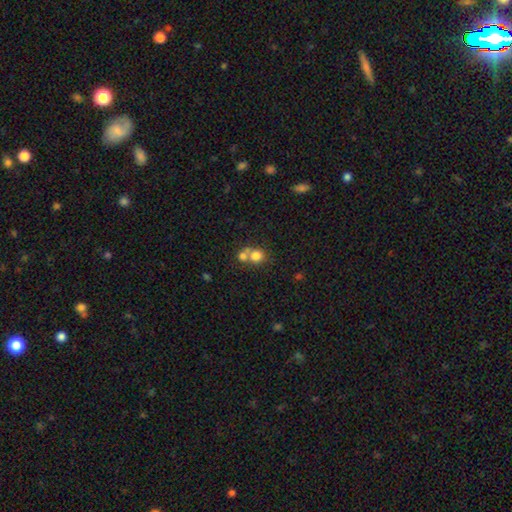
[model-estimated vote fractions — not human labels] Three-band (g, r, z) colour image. It shows a smooth galaxy with no disk features (76%) that is round (78%). Merging: merger (55%).